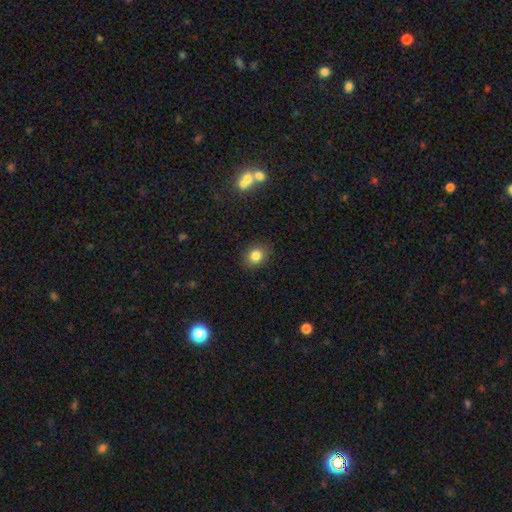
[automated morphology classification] This is clearly a smooth galaxy (82%). How rounded: likely round (61%). Merging: clearly none (87%).